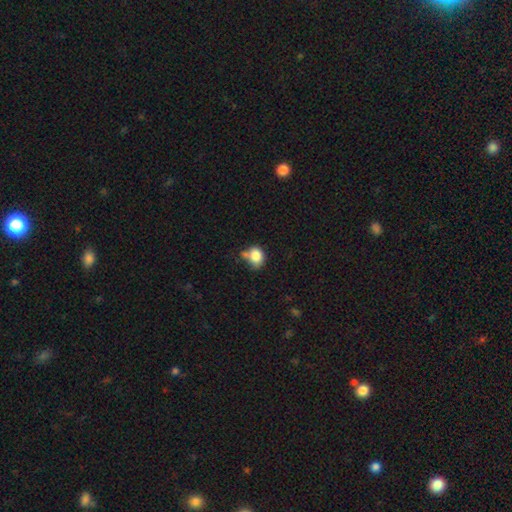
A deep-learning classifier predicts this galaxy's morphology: type=smooth (82%); roundness=round (54%); merging=none (48%).